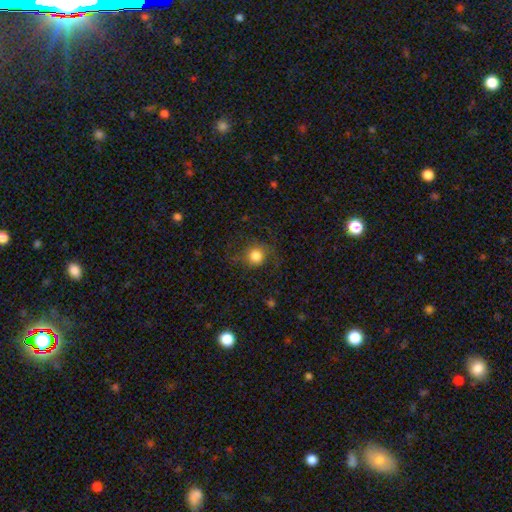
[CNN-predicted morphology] Overall: smooth (75%). How rounded: round (88%). Merging: none (70%).